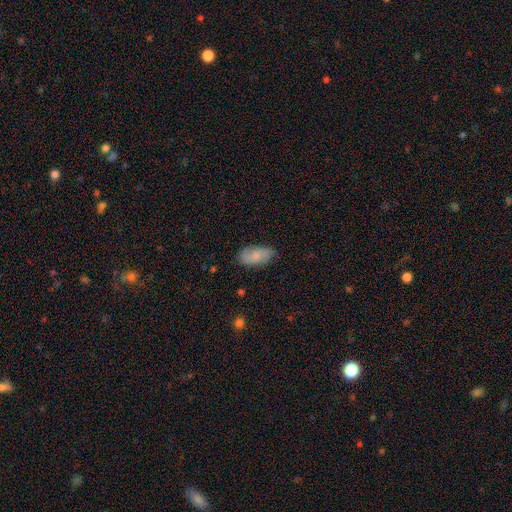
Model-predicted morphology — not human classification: A smooth galaxy with no disk features (68%) that is in between round and cigar-shaped (92%).

Vote fractions:
- Smooth or featured? smooth: 68% / featured or disk: 25% / star or artifact: 7%
- How rounded? in between: 92% / cigar-shaped: 5% / round: 3%
- Merging? none: 70% / minor disturbance: 24% / major disturbance: 5% / merger: 2%